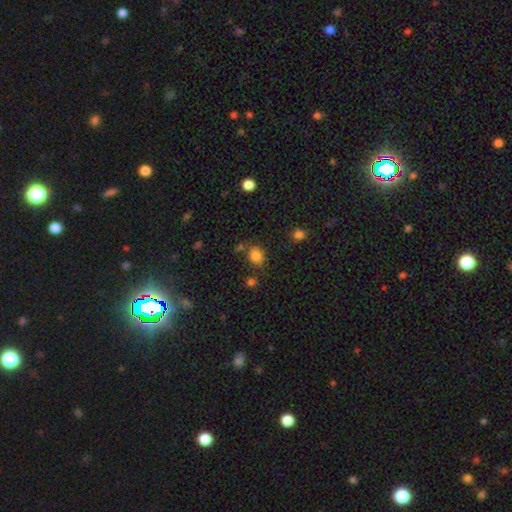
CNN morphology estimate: Q: Smooth or featured?
A: smooth (83%); runner-up: star or artifact (12%)
Q: How rounded?
A: round (61%); runner-up: in between (39%)
Q: Merging?
A: none (71%); runner-up: minor disturbance (15%)